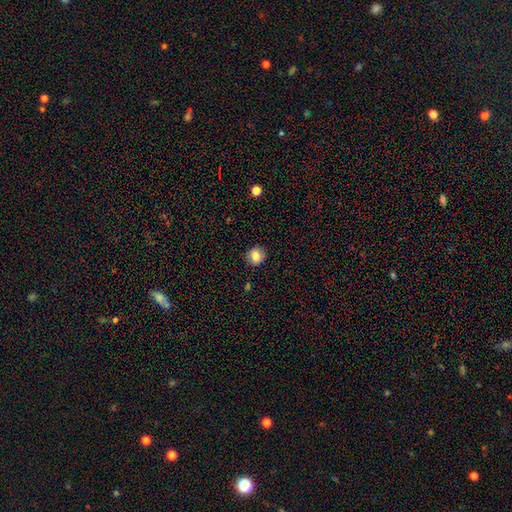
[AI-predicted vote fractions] A smooth galaxy with no disk features (81%) that is round (82%).

Vote fractions:
- Smooth or featured? smooth: 81% / star or artifact: 10% / featured or disk: 9%
- How rounded? round: 82% / in between: 17% / cigar-shaped: 1%
- Merging? none: 88% / minor disturbance: 8% / major disturbance: 2% / merger: 1%